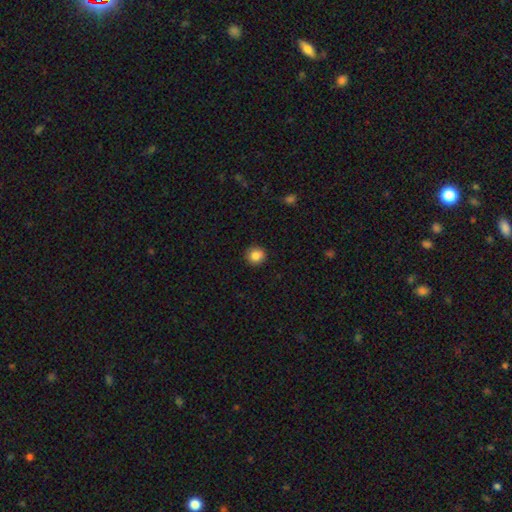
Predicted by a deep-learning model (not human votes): smooth 85%, star or artifact 10%, featured or disk 5%. Down the decision tree: how rounded — round (92%); merging — none (91%).